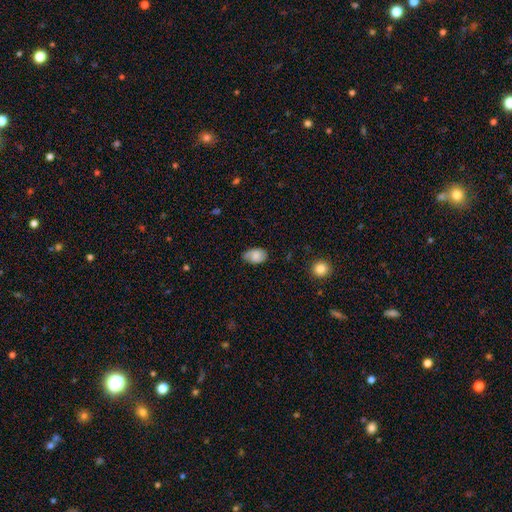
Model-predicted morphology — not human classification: smooth 71%, featured or disk 21%, star or artifact 8%. Down the decision tree: how rounded — in between (88%); merging — none (67%).